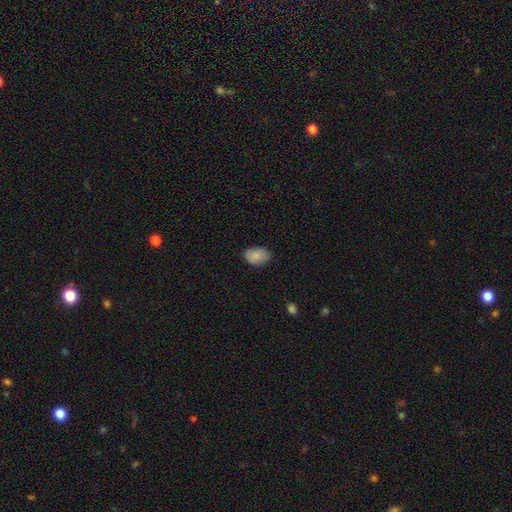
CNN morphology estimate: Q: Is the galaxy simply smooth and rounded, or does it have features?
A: smooth — 87%.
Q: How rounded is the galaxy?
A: in between — 83%.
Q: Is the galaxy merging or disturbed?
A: none — 81%.